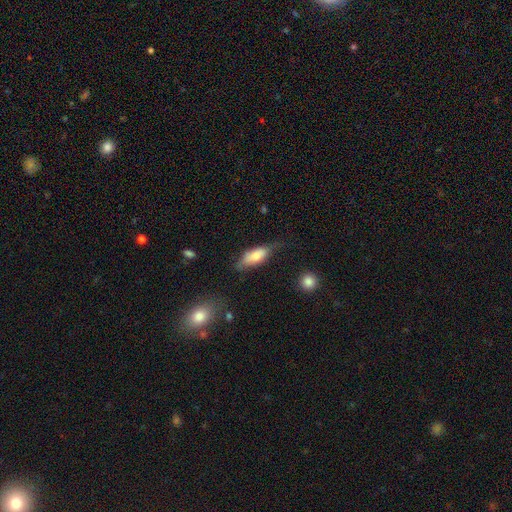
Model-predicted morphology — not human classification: Smooth or featured? smooth (71%)
How rounded? in between (72%)
Merging? none (54%)